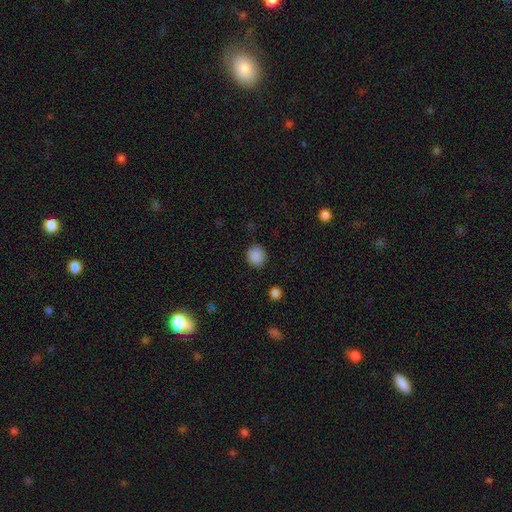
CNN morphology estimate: Smooth or featured? smooth (87%)
How rounded? round (82%)
Merging? none (88%)